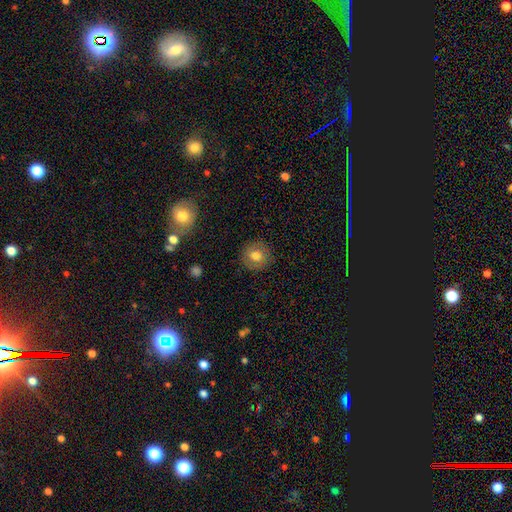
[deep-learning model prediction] smooth-or-featured: smooth: 74% | featured or disk: 16% | star or artifact: 9%
  how-rounded: round: 91% | in between: 8% | cigar-shaped: 1%
  merging: none: 88% | minor disturbance: 8% | major disturbance: 2% | merger: 1%